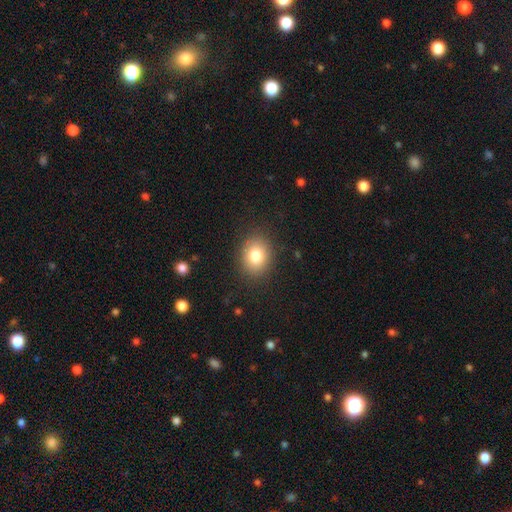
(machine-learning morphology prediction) Overall: smooth (81%). How rounded: round (51%; in between 48%). Merging: none (86%).